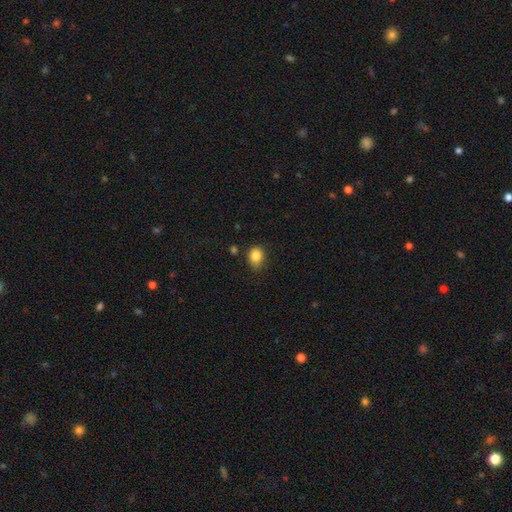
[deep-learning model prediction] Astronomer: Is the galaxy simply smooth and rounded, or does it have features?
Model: smooth — 84%.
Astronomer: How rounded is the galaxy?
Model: round — 51% (runner-up: in between, 48%).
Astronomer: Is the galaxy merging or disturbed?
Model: none — 72%.